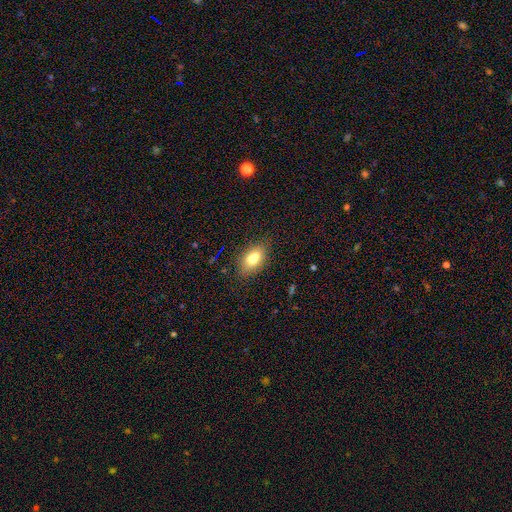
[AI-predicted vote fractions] Smooth or featured: smooth — 74% (featured or disk — 16%)
How rounded: in between — 85% (round — 11%)
Merging: none — 70% (minor disturbance — 16%)